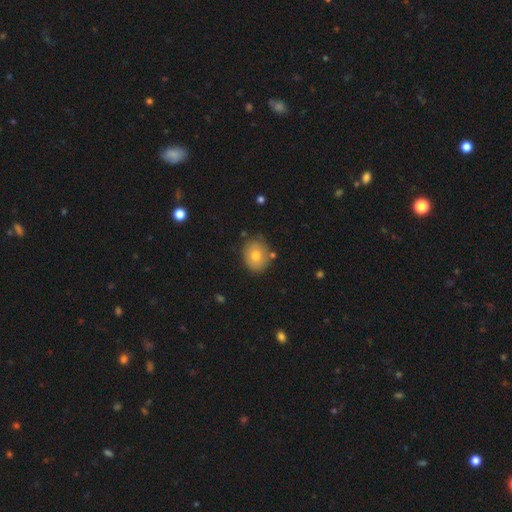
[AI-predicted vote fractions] Smooth or featured?
  - smooth: 73% *
  - featured or disk: 18%
  - star or artifact: 9%
How rounded?
  - round: 60% *
  - in between: 39%
  - cigar-shaped: 1%
Merging?
  - none: 79% *
  - minor disturbance: 14%
  - merger: 4%
  - major disturbance: 3%